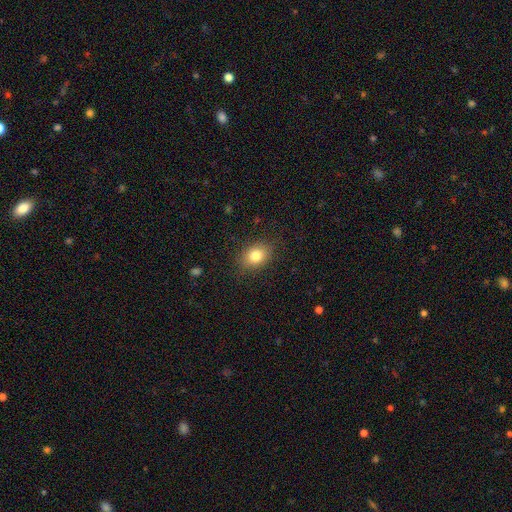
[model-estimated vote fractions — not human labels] Overall: smooth (81%). How rounded: in between (66%; round 33%). Merging: none (85%).